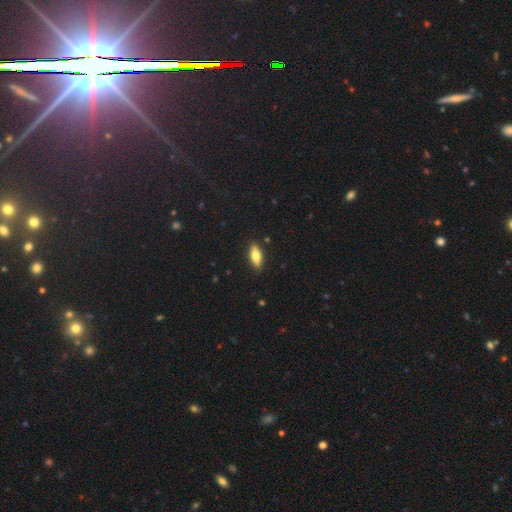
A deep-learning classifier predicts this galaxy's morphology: Smooth or featured? Predicted: smooth (p=0.74). How rounded? Predicted: in between (p=0.72). Merging? Predicted: none (p=0.88).